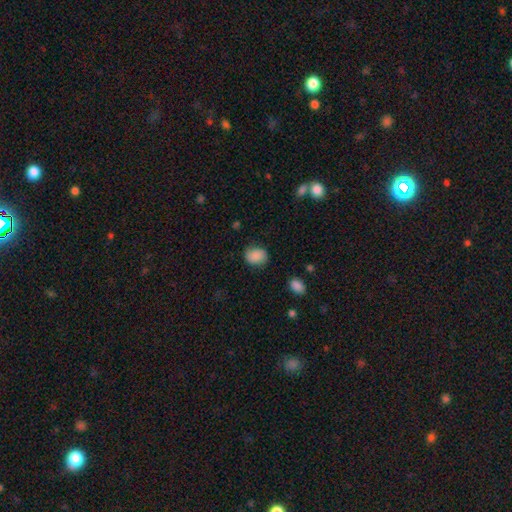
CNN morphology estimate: Smooth or featured: smooth — 86% (star or artifact — 8%)
How rounded: round — 50% (tied with in between — 50%)
Merging: none — 78% (minor disturbance — 16%)